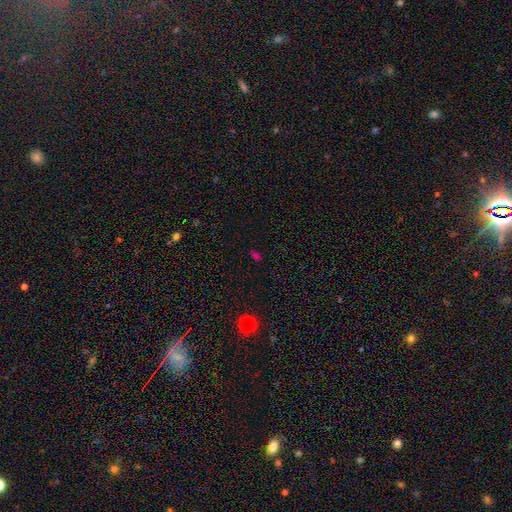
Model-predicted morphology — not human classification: This is possibly a smooth galaxy (55%). How rounded: clearly in between (81%). Merging: likely none (80%).